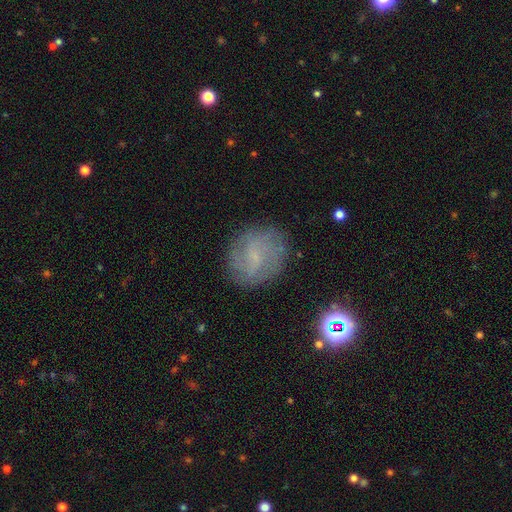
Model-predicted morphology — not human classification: This appears to be a featured or disk galaxy (51%). Merging: none (78%).